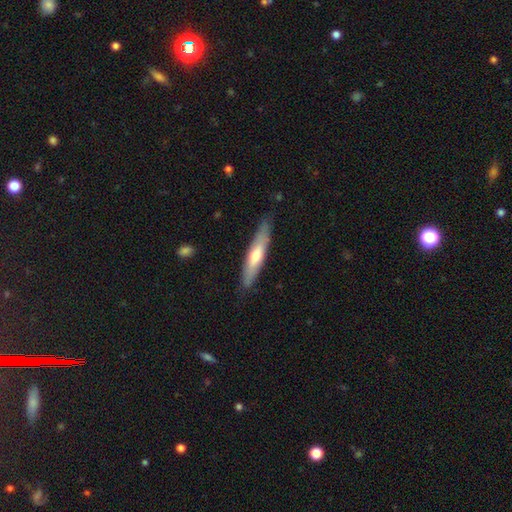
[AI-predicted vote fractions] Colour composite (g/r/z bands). It shows a smooth galaxy with no disk features (53%) that is cigar-shaped (82%). Merging: none (81%).